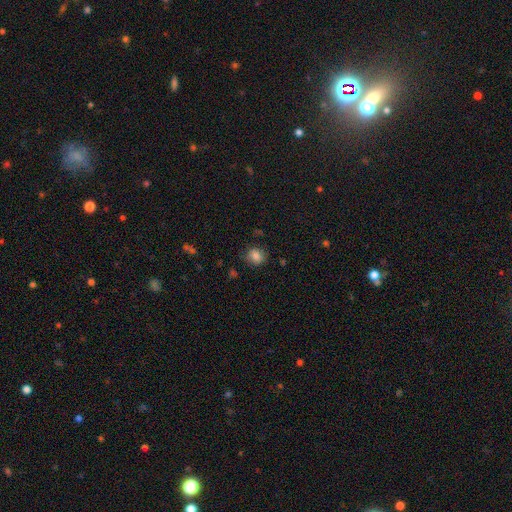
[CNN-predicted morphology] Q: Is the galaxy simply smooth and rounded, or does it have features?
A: smooth — 84%.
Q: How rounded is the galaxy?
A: round — 73%.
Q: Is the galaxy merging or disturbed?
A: none — 79%.